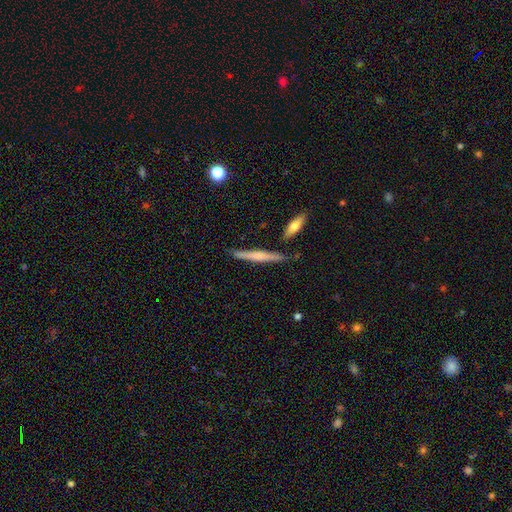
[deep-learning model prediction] This appears to be a featured or disk galaxy (55%) viewed edge-on (97%) with a rounded central bulge (55%). Merging: none (84%).